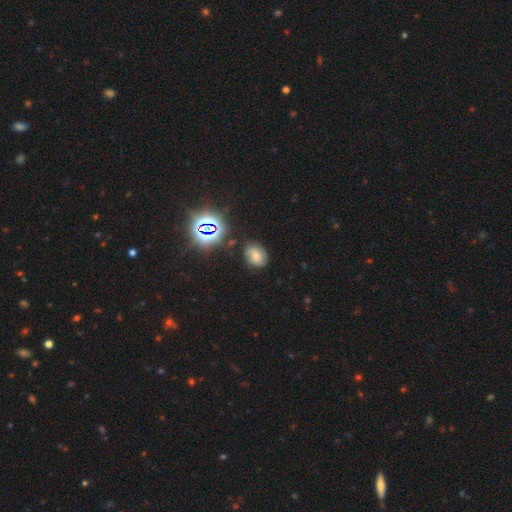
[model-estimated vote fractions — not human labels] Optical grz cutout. It shows a smooth galaxy with no disk features (51%) that is in between round and cigar-shaped (59%). Merging: none (73%).